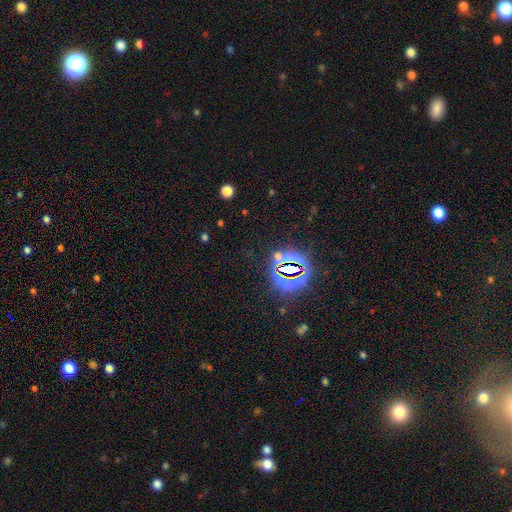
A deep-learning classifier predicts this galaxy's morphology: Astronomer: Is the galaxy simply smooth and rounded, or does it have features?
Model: star or artifact — 82%.